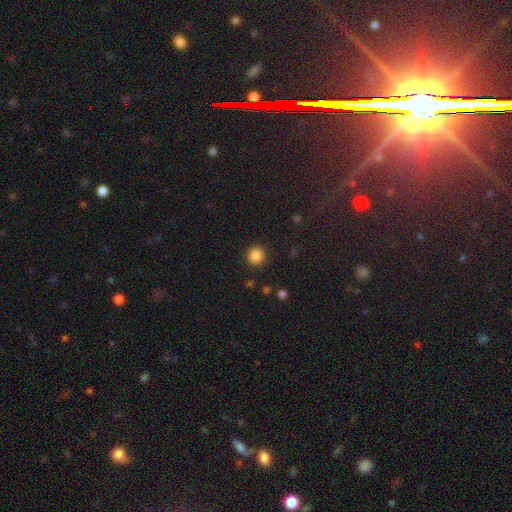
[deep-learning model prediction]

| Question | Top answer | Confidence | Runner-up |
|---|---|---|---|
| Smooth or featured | smooth | 85% | star or artifact (11%) |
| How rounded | round | 93% | in between (6%) |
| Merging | none | 91% | minor disturbance (5%) |